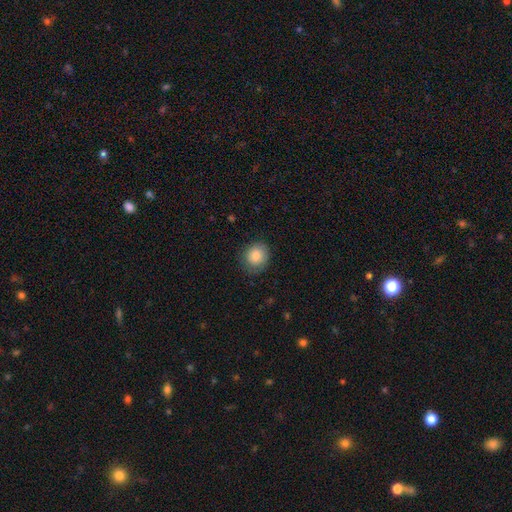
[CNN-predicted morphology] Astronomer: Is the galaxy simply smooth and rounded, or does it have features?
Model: smooth — 84%.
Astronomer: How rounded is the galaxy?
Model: round — 70%.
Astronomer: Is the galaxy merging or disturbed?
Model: none — 77%.